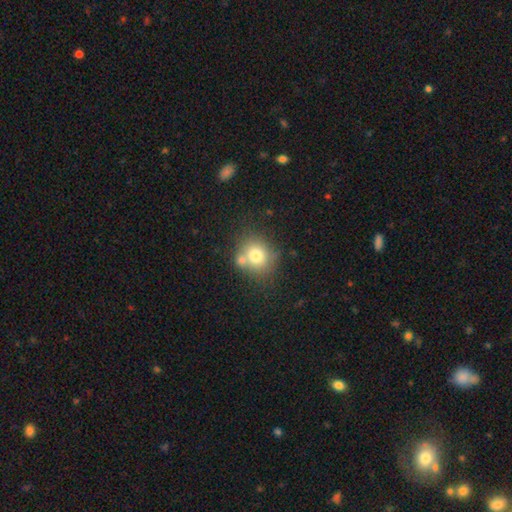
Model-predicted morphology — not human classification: type=smooth (75%); roundness=round (74%); merging=none (57%).